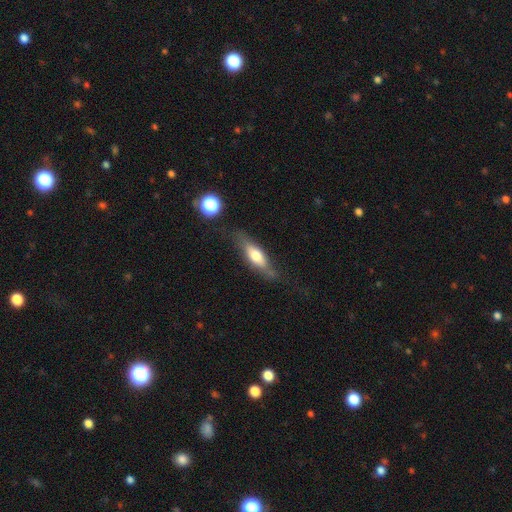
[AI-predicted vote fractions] Smooth or featured? smooth (56%)
How rounded? cigar-shaped (49%)
Merging? none (67%)